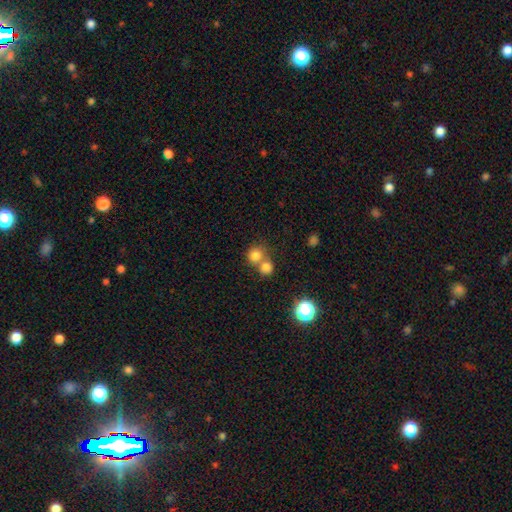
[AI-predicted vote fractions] smooth_or_featured: smooth (p=0.79) [alt: star or artifact p=0.13]
how_rounded: round (p=0.86) [alt: in between p=0.13]
merging: merger (p=0.47) [alt: none p=0.44]